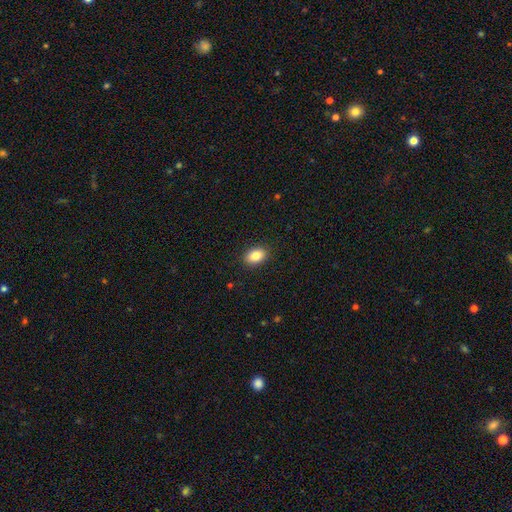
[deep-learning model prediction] This is clearly a smooth galaxy (85%). How rounded: clearly in between (82%). Merging: clearly none (90%).